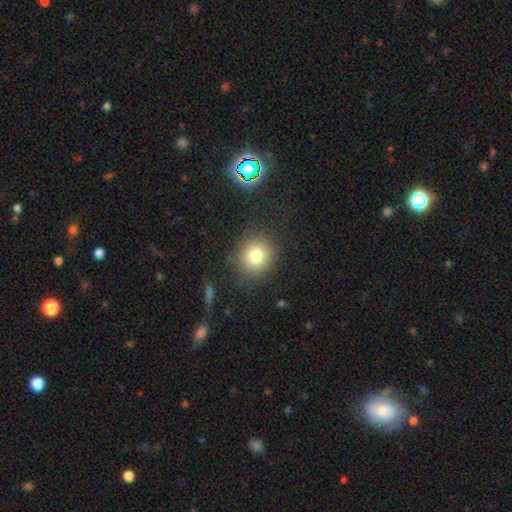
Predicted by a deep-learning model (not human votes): Overall: smooth (78%). How rounded: round (85%). Merging: none (85%).